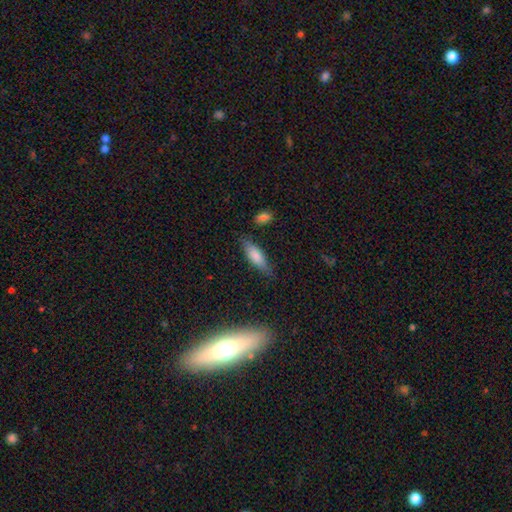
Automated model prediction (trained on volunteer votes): smooth-or-featured: smooth: 77% | featured or disk: 16% | star or artifact: 7%
  how-rounded: in between: 54% | cigar-shaped: 44% | round: 2%
  merging: none: 76% | minor disturbance: 17% | major disturbance: 4% | merger: 3%